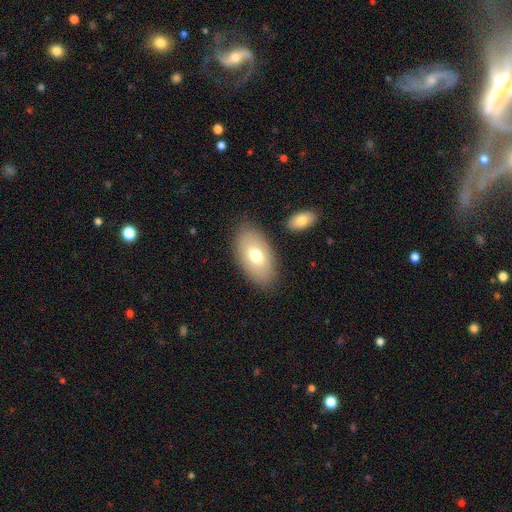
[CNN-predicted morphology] A smooth galaxy with no disk features (70%) that is in between round and cigar-shaped (94%).

Vote fractions:
- Smooth or featured? smooth: 70% / featured or disk: 23% / star or artifact: 7%
- How rounded? in between: 94% / round: 4% / cigar-shaped: 2%
- Merging? none: 82% / minor disturbance: 11% / major disturbance: 4% / merger: 3%